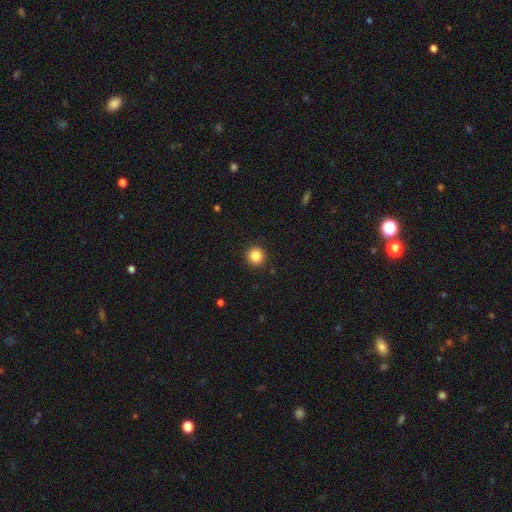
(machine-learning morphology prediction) A smooth galaxy with no disk features (86%) that is round (94%). Merging: none (92%).